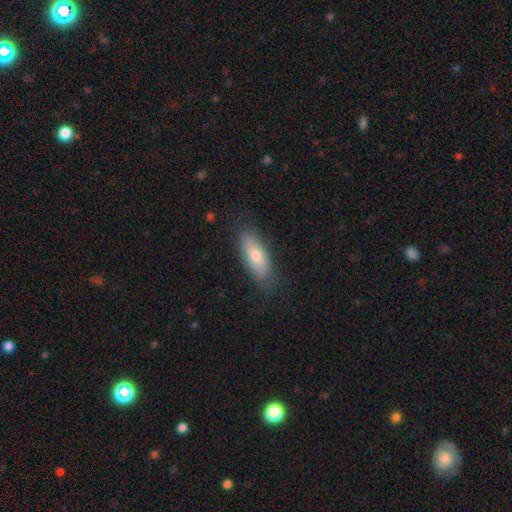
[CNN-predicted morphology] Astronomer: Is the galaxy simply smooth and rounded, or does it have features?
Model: smooth — 73%.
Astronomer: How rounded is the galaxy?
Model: in between — 71%.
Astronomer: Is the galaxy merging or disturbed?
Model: none — 82%.